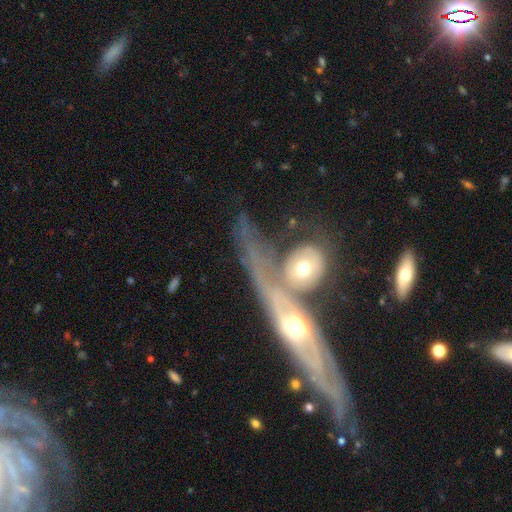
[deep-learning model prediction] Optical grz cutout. It shows a featured or disk galaxy (71%). Merging: none (38%).